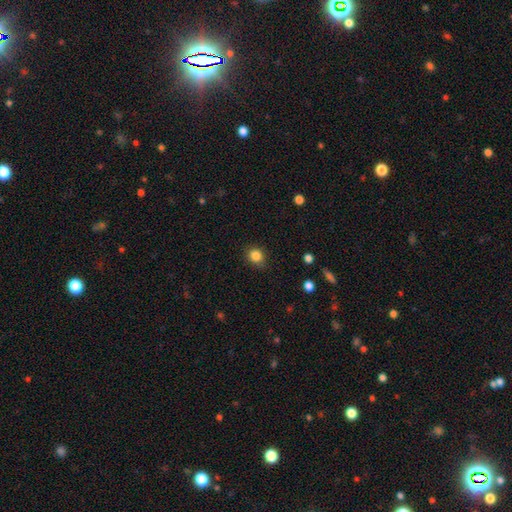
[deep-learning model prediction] A smooth galaxy with no disk features (85%) that is round (72%). Merging: none (84%).